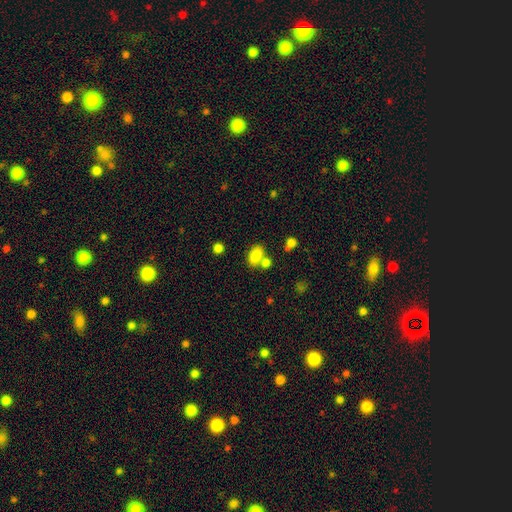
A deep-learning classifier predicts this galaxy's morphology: Smooth or featured? Predicted: smooth (p=0.83). How rounded? Predicted: in between (p=0.87). Merging? Predicted: none (p=0.56).